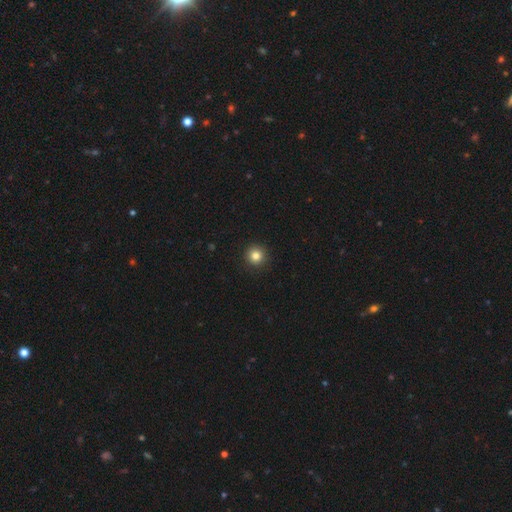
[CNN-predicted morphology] Smooth or featured? Predicted: smooth (p=0.82). How rounded? Predicted: round (p=0.96). Merging? Predicted: none (p=0.93).